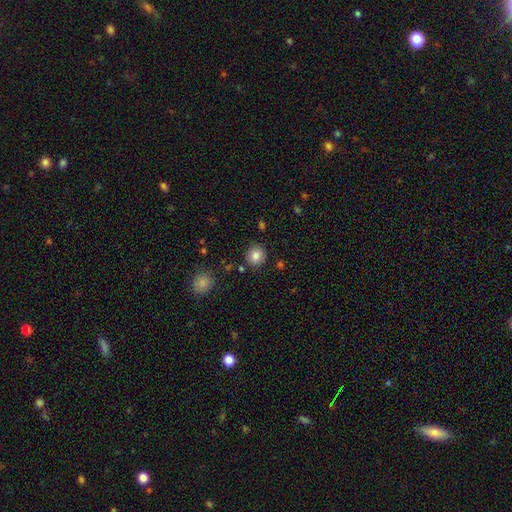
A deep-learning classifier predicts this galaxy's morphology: Smooth or featured?
  - smooth: 83% *
  - star or artifact: 10%
  - featured or disk: 7%
How rounded?
  - round: 87% *
  - in between: 12%
  - cigar-shaped: 1%
Merging?
  - none: 87% *
  - minor disturbance: 8%
  - merger: 3%
  - major disturbance: 2%